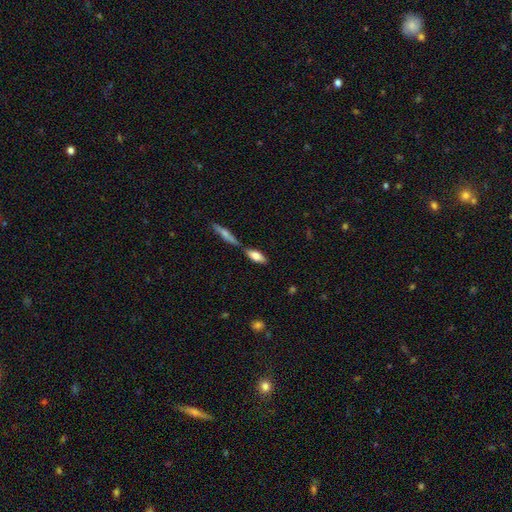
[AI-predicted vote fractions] This appears to be a smooth galaxy with no disk features (75%) that is in between round and cigar-shaped (71%). Merging: none (58%).